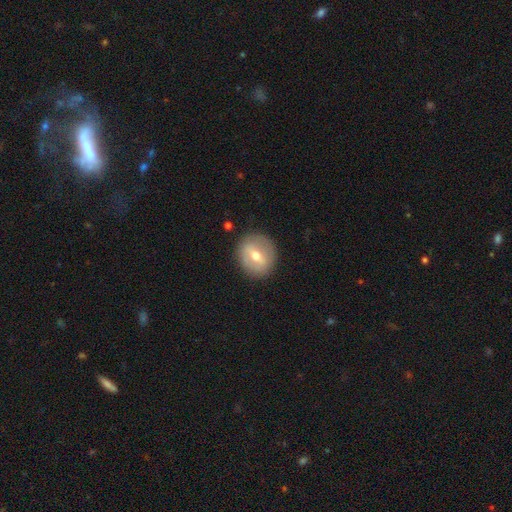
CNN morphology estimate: Overall: featured or disk (47%; smooth 46%). Merging: none (86%).